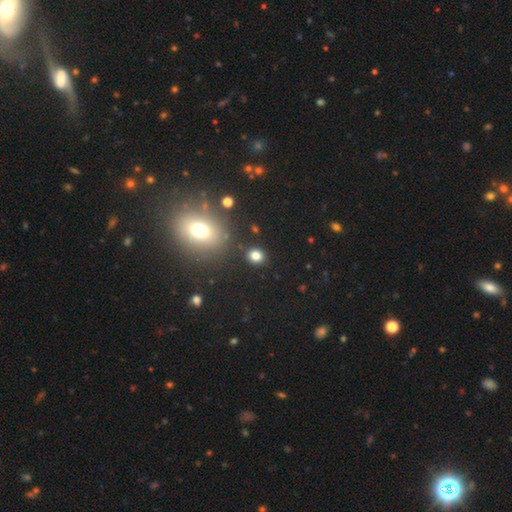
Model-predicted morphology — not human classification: Q: Smooth or featured?
A: smooth (80%); runner-up: star or artifact (14%)
Q: How rounded?
A: round (74%); runner-up: in between (25%)
Q: Merging?
A: none (87%); runner-up: minor disturbance (7%)